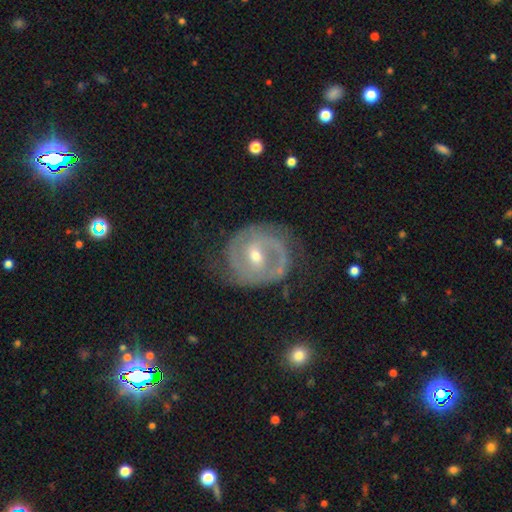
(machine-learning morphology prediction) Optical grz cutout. It shows a featured or disk galaxy (83%) with a weak bar (48%), 2 (67%) tight (48%) spiral arms (88%) and a moderate central bulge (52%). Merging: none (67%).